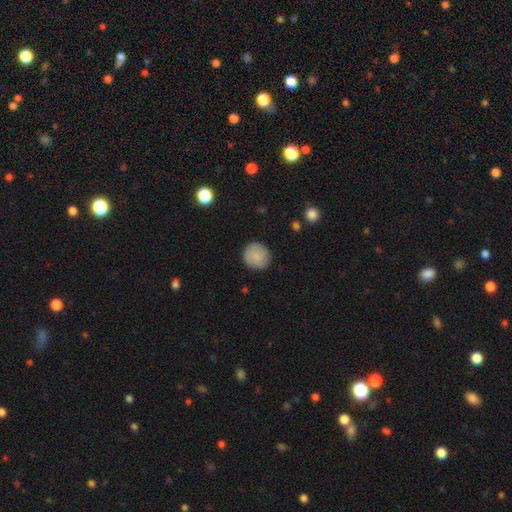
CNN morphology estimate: Q: Smooth or featured?
A: smooth (84%); runner-up: featured or disk (9%)
Q: How rounded?
A: round (91%); runner-up: in between (8%)
Q: Merging?
A: none (87%); runner-up: minor disturbance (10%)